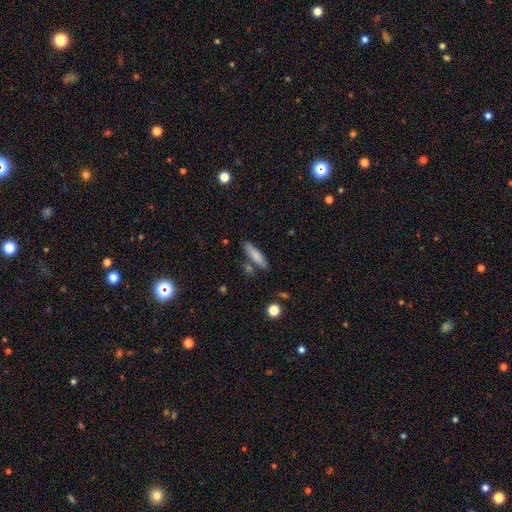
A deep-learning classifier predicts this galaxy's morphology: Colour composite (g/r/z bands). It shows a smooth galaxy with no disk features (77%) that is cigar-shaped (72%). Merging: none (77%).